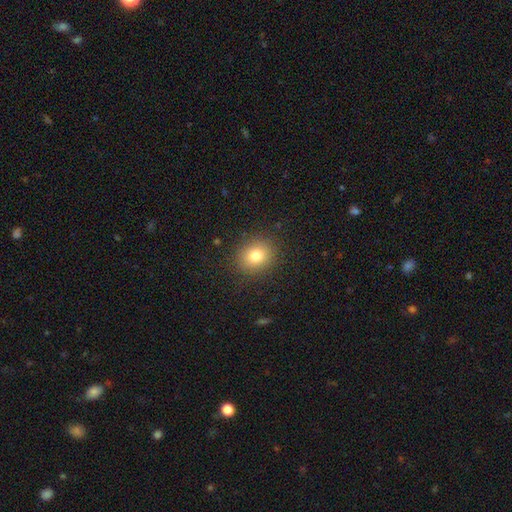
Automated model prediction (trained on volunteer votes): Morphology: type=smooth (79%); roundness=round (72%); merging=none (89%).